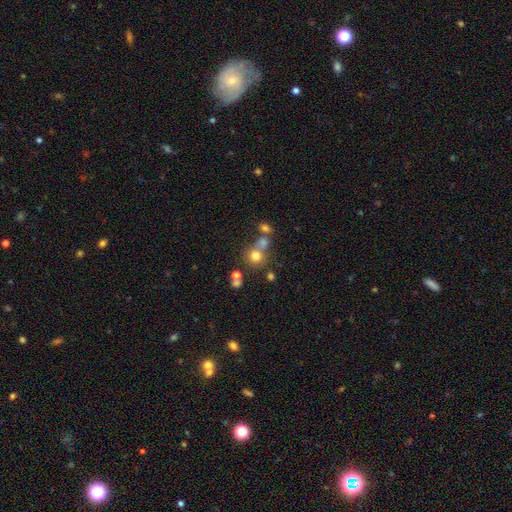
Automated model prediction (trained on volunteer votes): Smooth or featured? Predicted: smooth (p=0.71). How rounded? Predicted: round (p=0.85). Merging? Predicted: none (p=0.53).